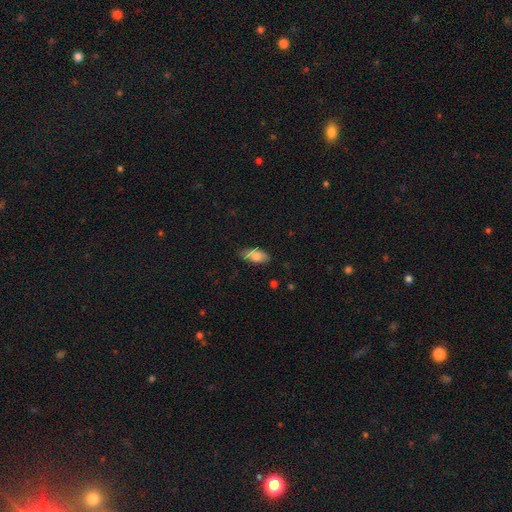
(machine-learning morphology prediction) smooth 75%, featured or disk 18%, star or artifact 7%. Down the decision tree: how rounded — in between (87%); merging — none (76%).